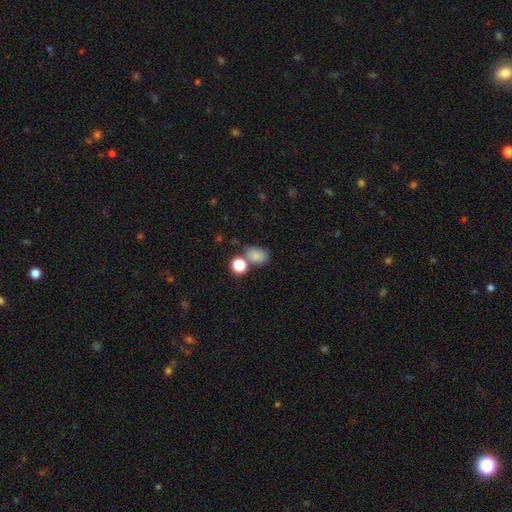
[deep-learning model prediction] The model was most divided on "merging": none: 52%, merger: 25%, minor disturbance: 16%, major disturbance: 6%. More confident: smooth or featured — smooth (82%); how rounded — in between (68%).